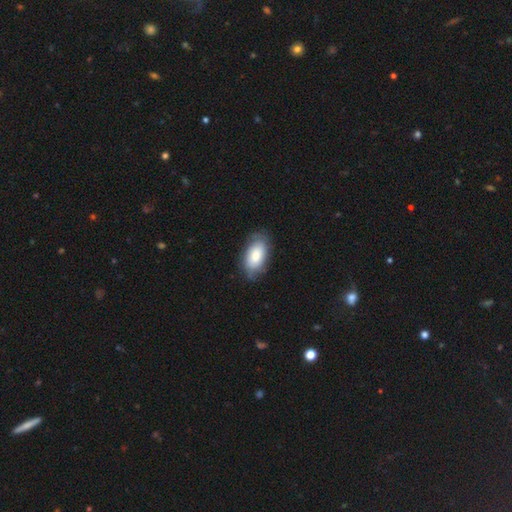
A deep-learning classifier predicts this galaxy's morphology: A smooth galaxy with no disk features (72%) that is in between round and cigar-shaped (94%). Merging: none (75%).